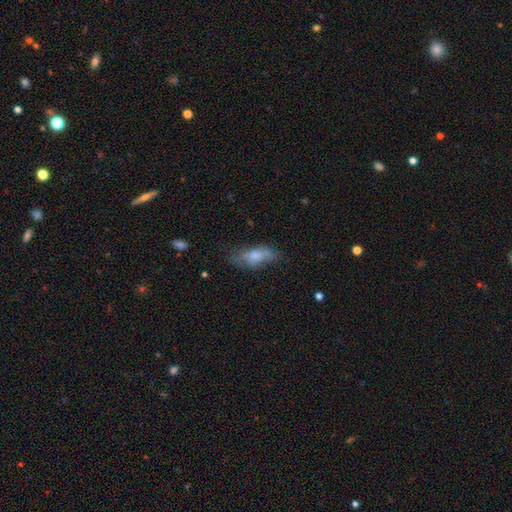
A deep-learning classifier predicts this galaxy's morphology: smooth-or-featured: smooth: 67% | featured or disk: 25% | star or artifact: 8%
  how-rounded: in between: 75% | cigar-shaped: 22% | round: 3%
  merging: none: 53% | minor disturbance: 29% | major disturbance: 15% | merger: 3%